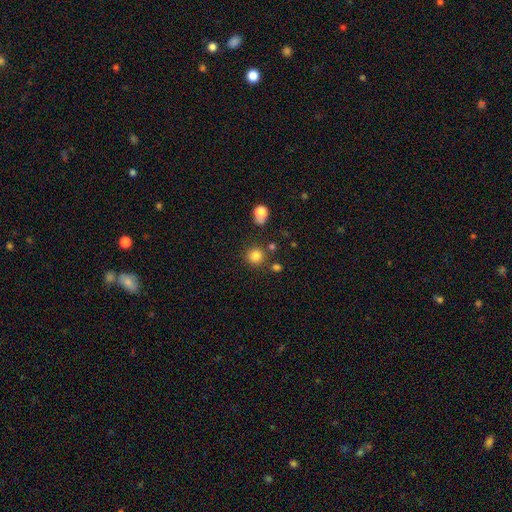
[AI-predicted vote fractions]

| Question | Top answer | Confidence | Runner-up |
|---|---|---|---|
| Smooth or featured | smooth | 81% | star or artifact (13%) |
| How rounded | round | 92% | in between (7%) |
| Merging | none | 81% | minor disturbance (9%) |